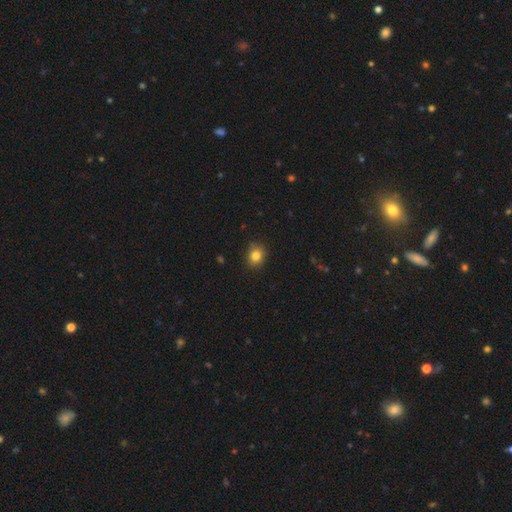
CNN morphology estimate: This is clearly a smooth galaxy (83%). How rounded: likely round (61%). Merging: clearly none (85%).